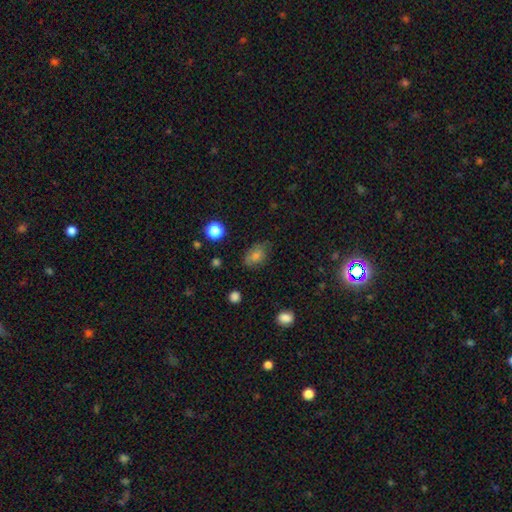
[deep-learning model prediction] smooth 67%, star or artifact 18%, featured or disk 15%. Down the decision tree: how rounded — in between (73%); merging — none (72%).